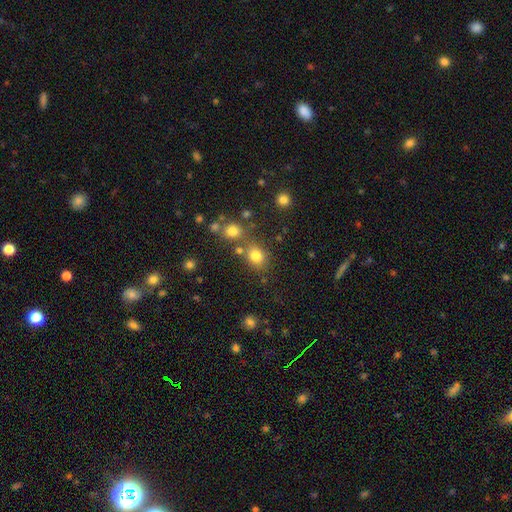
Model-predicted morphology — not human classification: Smooth or featured? smooth (78%)
How rounded? round (65%)
Merging? none (69%)